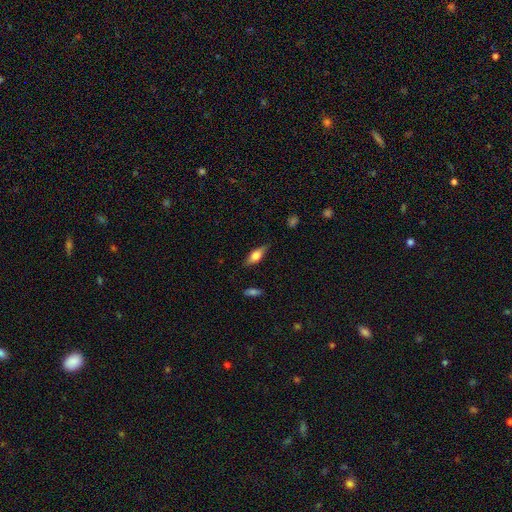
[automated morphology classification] This appears to be a smooth galaxy with no disk features (62%) that is in between round and cigar-shaped (73%). Merging: none (80%).